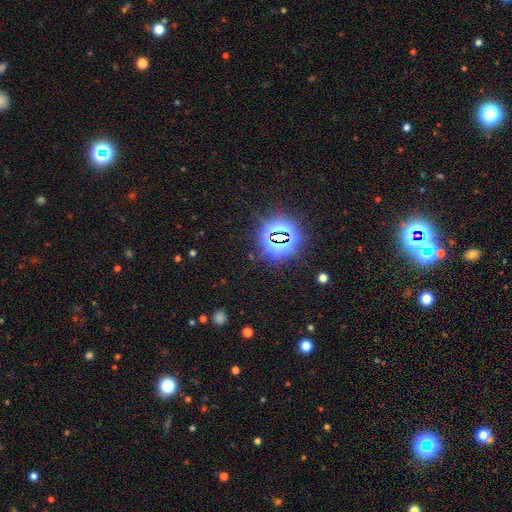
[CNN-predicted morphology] Smooth or featured: star or artifact — 82% (smooth — 11%)